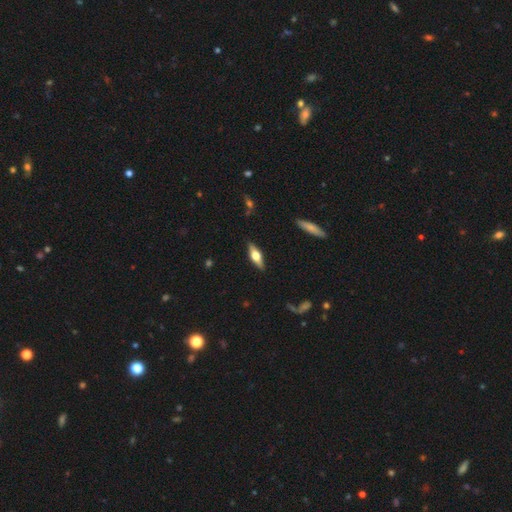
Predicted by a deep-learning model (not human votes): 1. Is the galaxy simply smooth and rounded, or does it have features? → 59% featured or disk, 35% smooth, 6% star or artifact.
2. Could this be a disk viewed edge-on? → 93% yes, 7% no.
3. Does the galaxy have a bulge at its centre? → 94% rounded, 4% boxy, 2% none.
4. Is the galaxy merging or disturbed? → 89% none, 8% minor disturbance, 2% major disturbance, 1% merger.